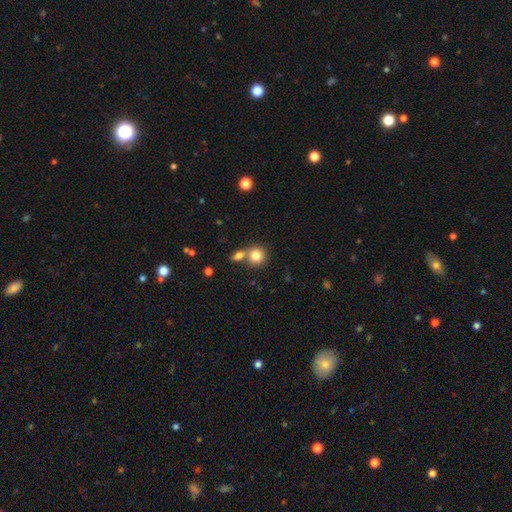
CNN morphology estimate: This is clearly a smooth galaxy (82%). How rounded: clearly round (86%). Merging: possibly none (50%).